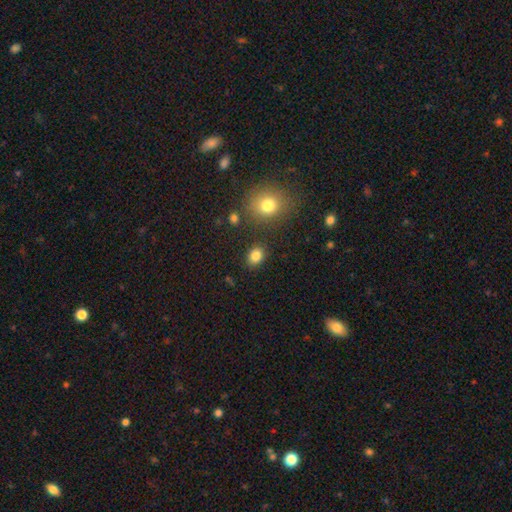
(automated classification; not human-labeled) A smooth galaxy with no disk features (83%) that is in between round and cigar-shaped (52%). Merging: none (84%).